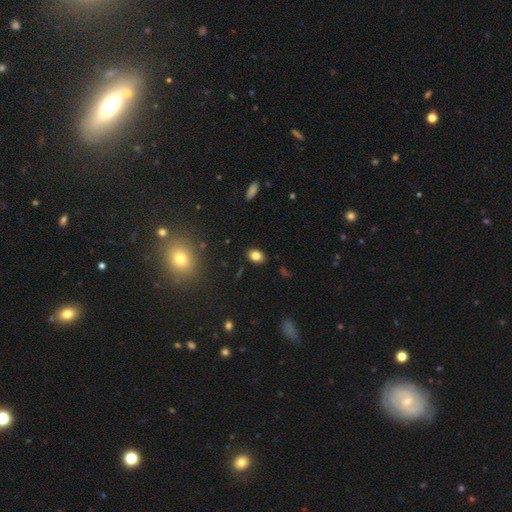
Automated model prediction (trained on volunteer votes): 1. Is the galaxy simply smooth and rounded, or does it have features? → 82% smooth, 10% star or artifact, 7% featured or disk.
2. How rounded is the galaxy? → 75% in between, 24% round, 1% cigar-shaped.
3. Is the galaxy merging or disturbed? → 87% none, 9% minor disturbance, 2% major disturbance, 1% merger.